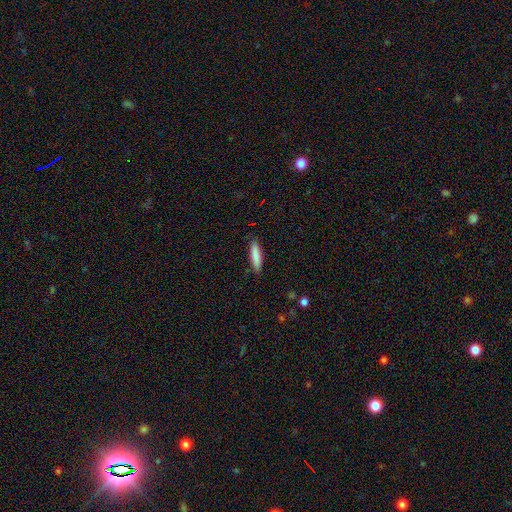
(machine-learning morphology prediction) This appears to be a smooth galaxy with no disk features (85%) that is cigar-shaped (81%). Merging: none (88%).